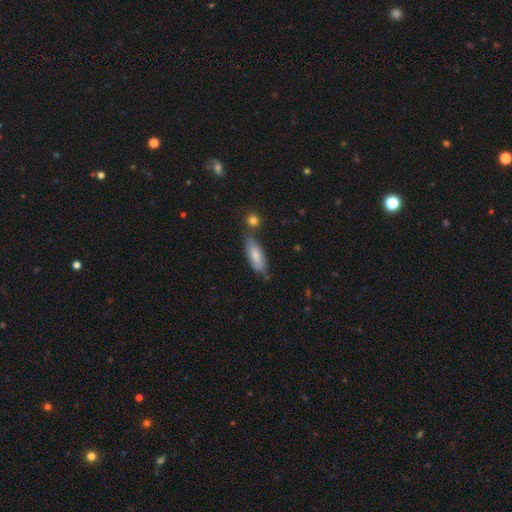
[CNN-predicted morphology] smooth_or_featured: smooth (p=0.78) [alt: featured or disk p=0.16]
how_rounded: in between (p=0.62) [alt: cigar-shaped p=0.36]
merging: none (p=0.65) [alt: minor disturbance p=0.20]